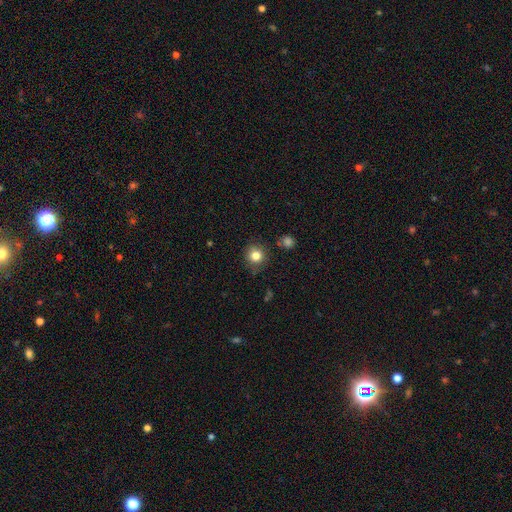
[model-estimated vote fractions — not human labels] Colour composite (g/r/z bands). It shows a smooth galaxy with no disk features (82%) that is round (91%). Merging: none (85%).